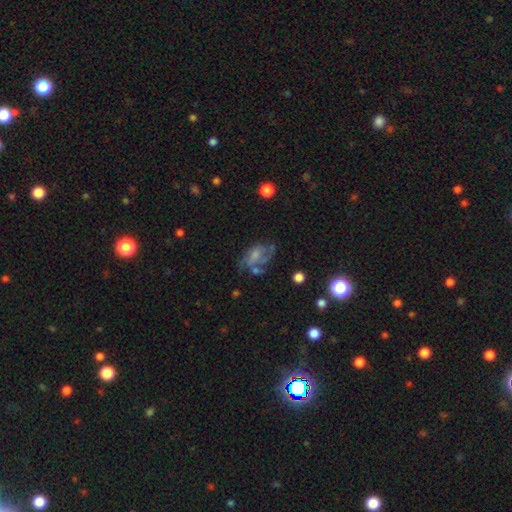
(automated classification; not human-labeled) This appears to be a featured or disk galaxy (63%) with no bar (61%), spiral arms (73%) and a small central bulge (45%). Merging: none (38%).